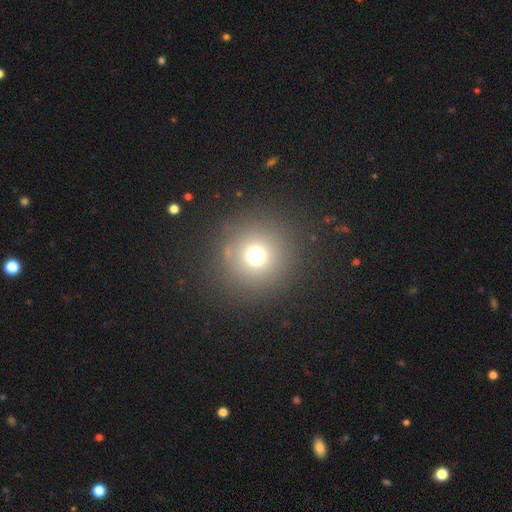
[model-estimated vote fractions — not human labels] This appears to be a smooth galaxy with no disk features (69%) that is round (95%). Merging: none (87%).